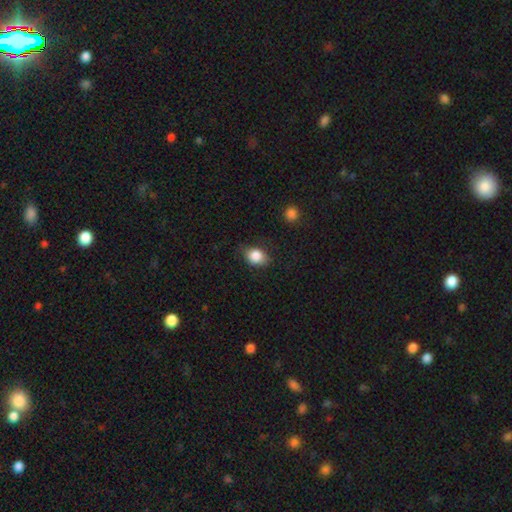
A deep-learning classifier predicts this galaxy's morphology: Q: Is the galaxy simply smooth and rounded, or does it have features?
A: smooth — 84%.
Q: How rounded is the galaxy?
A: in between — 55%.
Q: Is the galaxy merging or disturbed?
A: none — 70%.